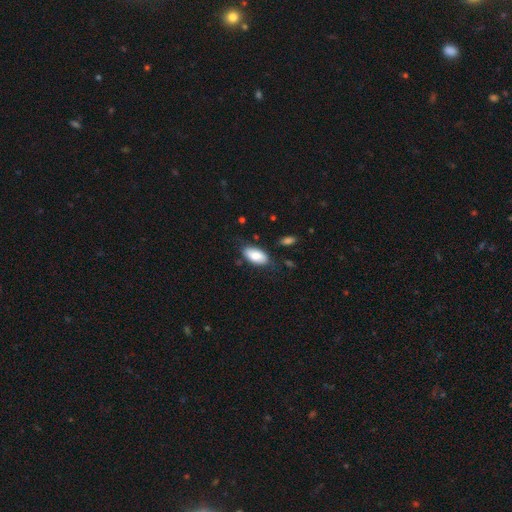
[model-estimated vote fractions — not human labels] Smooth or featured? Predicted: smooth (p=0.83). How rounded? Predicted: in between (p=0.93). Merging? Predicted: none (p=0.73).